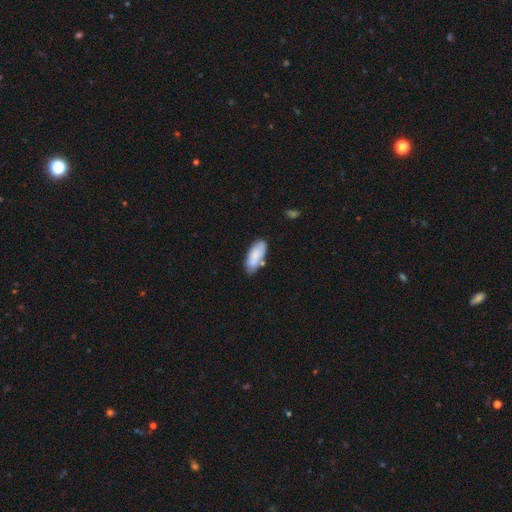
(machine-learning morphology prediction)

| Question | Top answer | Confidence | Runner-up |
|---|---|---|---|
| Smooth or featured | smooth | 81% | featured or disk (13%) |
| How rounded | in between | 82% | cigar-shaped (16%) |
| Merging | none | 66% | minor disturbance (21%) |